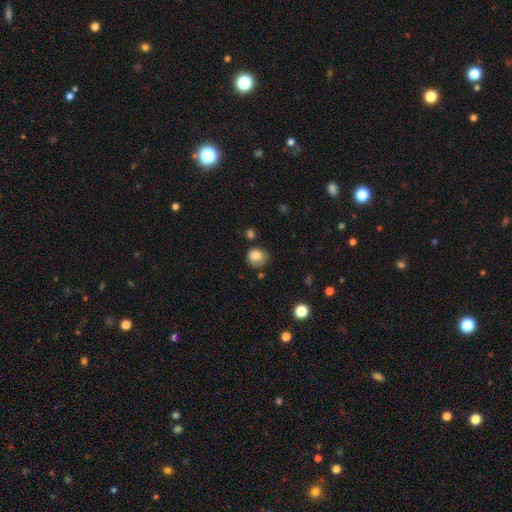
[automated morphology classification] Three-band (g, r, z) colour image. It shows a smooth galaxy with no disk features (81%) that is round (78%). Merging: none (60%).